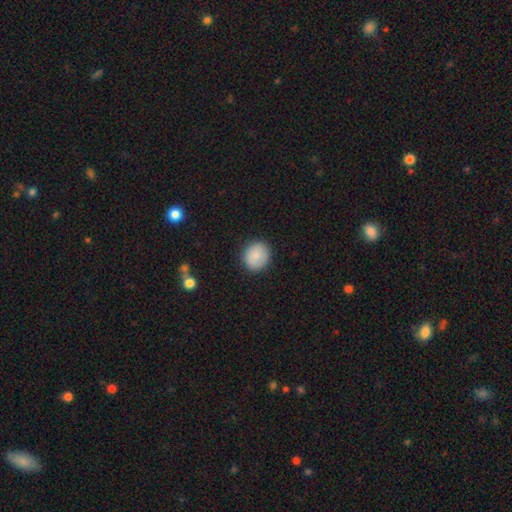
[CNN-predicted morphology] A smooth galaxy with no disk features (86%) that is round (85%).

Vote fractions:
- Smooth or featured? smooth: 86% / star or artifact: 7% / featured or disk: 7%
- How rounded? round: 85% / in between: 14% / cigar-shaped: 1%
- Merging? none: 89% / minor disturbance: 8% / major disturbance: 2% / merger: 1%